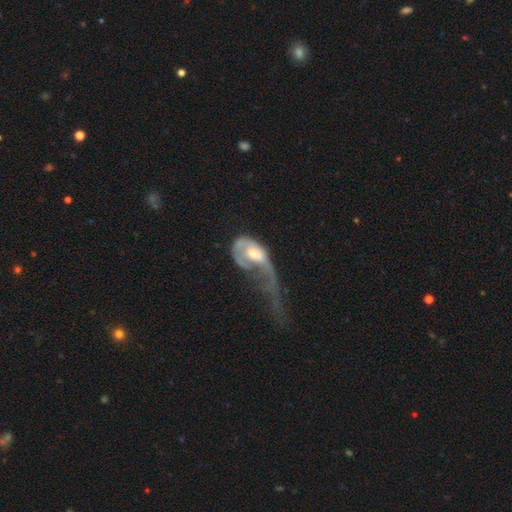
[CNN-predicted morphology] smooth_or_featured: featured or disk (p=0.60) [alt: smooth p=0.34]
disk_edge_on: no (p=0.93) [alt: yes p=0.07]
bar: no (p=0.75) [alt: weak p=0.20]
has_spiral_arms: yes (p=0.55) [alt: no p=0.45]
bulge_size: moderate (p=0.65) [alt: small p=0.21]
merging: major disturbance (p=0.72) [alt: minor disturbance p=0.10]